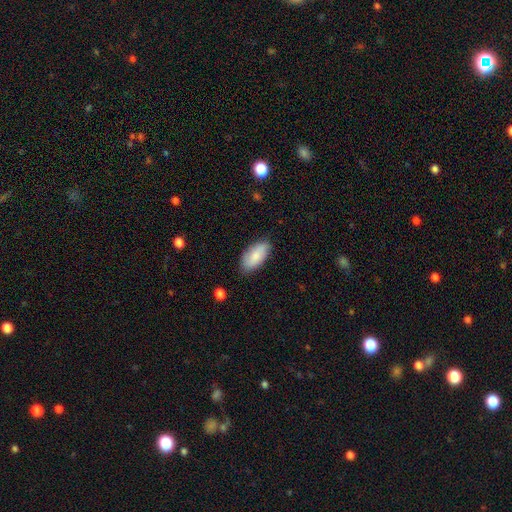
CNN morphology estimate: smooth_or_featured: smooth (p=0.82) [alt: featured or disk p=0.12]
how_rounded: in between (p=0.93) [alt: cigar-shaped p=0.04]
merging: none (p=0.79) [alt: minor disturbance p=0.17]